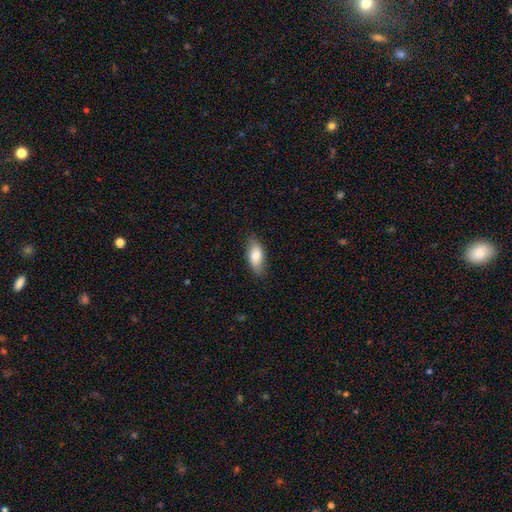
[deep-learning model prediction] This appears to be a smooth galaxy with no disk features (78%) that is in between round and cigar-shaped (83%). Merging: none (81%).